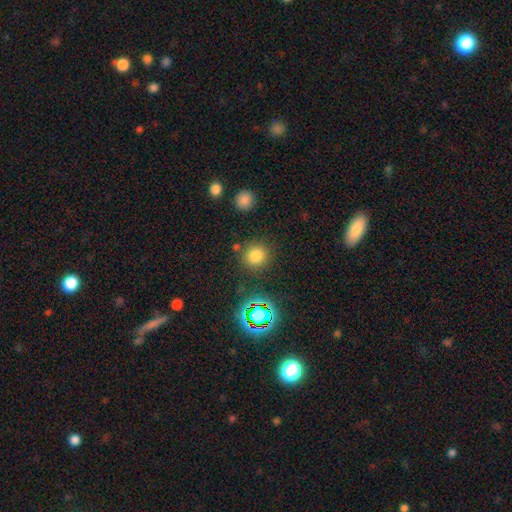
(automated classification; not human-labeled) Smooth or featured? smooth (76%)
How rounded? round (90%)
Merging? none (83%)